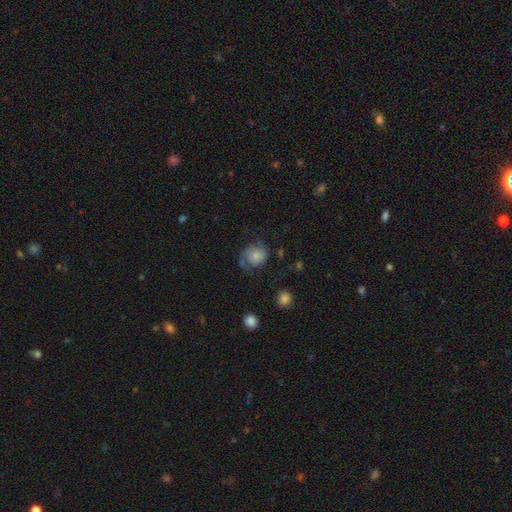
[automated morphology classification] smooth-or-featured: featured or disk: 52% | smooth: 39% | star or artifact: 9%
  disk-edge-on: no: 98% | yes: 2%
    bar: no: 77% | weak: 20% | strong: 3%
    has-spiral-arms: yes: 89% | no: 11%
    bulge-size: small: 41% | moderate: 29% | none: 15% | large: 11% | dominant: 5%
  merging: none: 53% | minor disturbance: 23% | major disturbance: 22% | merger: 2%